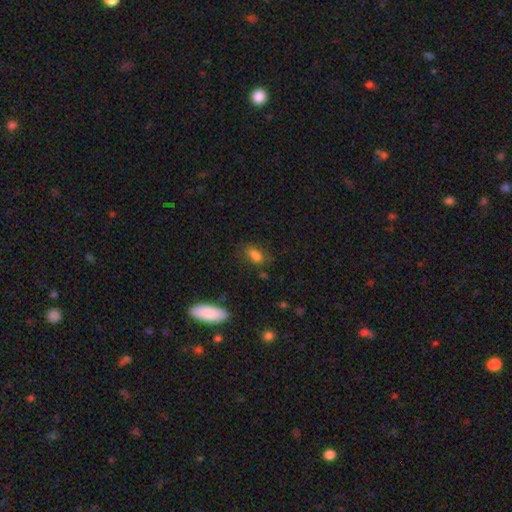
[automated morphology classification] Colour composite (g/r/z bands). It shows a smooth galaxy with no disk features (75%) that is in between round and cigar-shaped (79%). Merging: none (57%).